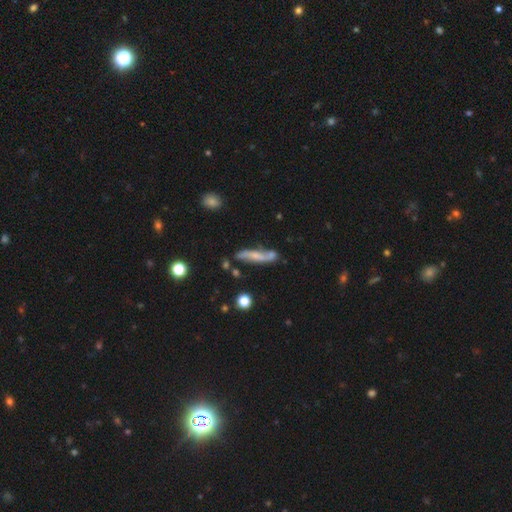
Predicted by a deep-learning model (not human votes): smooth_or_featured: featured or disk (p=0.51) [alt: smooth p=0.42]
disk_edge_on: no (p=0.60) [alt: yes p=0.40]
merging: none (p=0.59) [alt: minor disturbance p=0.22]